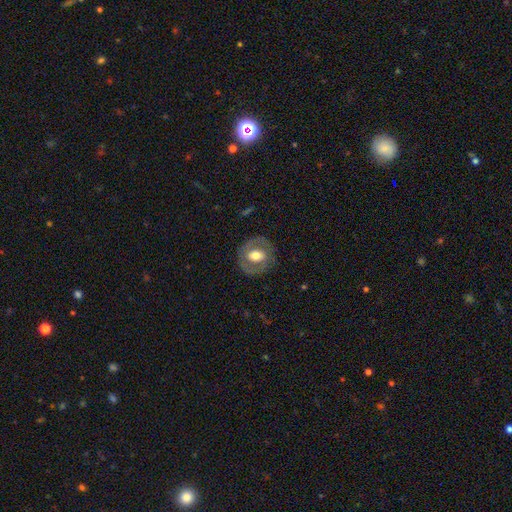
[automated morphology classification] smooth-or-featured: featured or disk: 53% | smooth: 40% | star or artifact: 7%
  disk-edge-on: no: 95% | yes: 5%
    bar: no: 48% | weak: 35% | strong: 17%
    has-spiral-arms: no: 55% | yes: 45%
    bulge-size: moderate: 62% | large: 26% | small: 8% | dominant: 2% | none: 1%
  merging: none: 80% | minor disturbance: 13% | major disturbance: 7% | merger: 1%